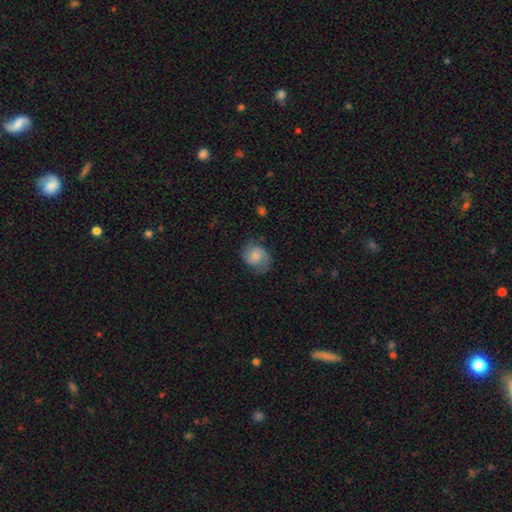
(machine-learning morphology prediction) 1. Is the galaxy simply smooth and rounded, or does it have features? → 57% smooth, 35% featured or disk, 8% star or artifact.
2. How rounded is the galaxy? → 57% round, 42% in between, 1% cigar-shaped.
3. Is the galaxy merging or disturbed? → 61% none, 26% minor disturbance, 11% major disturbance, 1% merger.